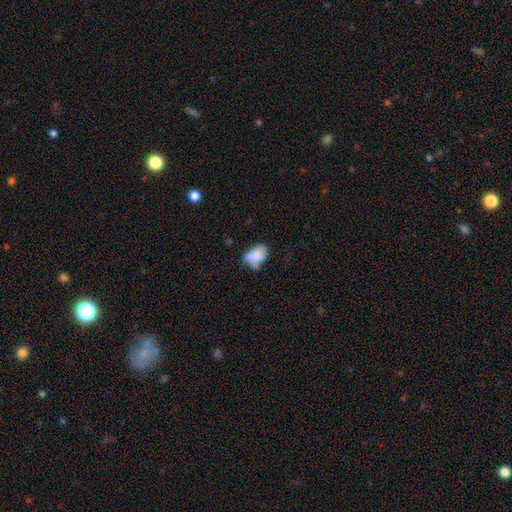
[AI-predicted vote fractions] smooth-or-featured: smooth: 74% | featured or disk: 17% | star or artifact: 9%
  how-rounded: in between: 86% | round: 12% | cigar-shaped: 2%
  merging: none: 36% | minor disturbance: 32% | merger: 18% | major disturbance: 14%